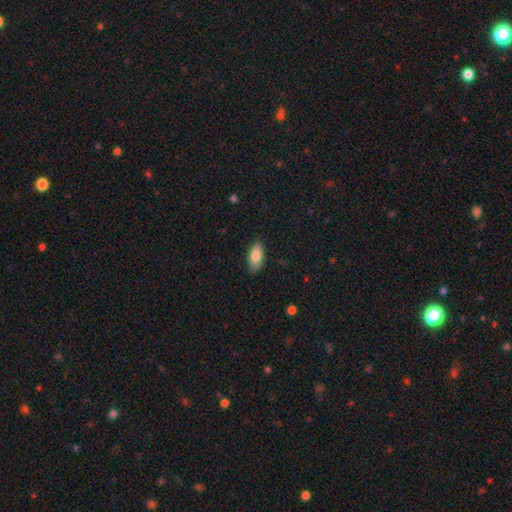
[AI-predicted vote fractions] smooth_or_featured: smooth (p=0.81) [alt: featured or disk p=0.12]
how_rounded: in between (p=0.89) [alt: cigar-shaped p=0.09]
merging: none (p=0.84) [alt: minor disturbance p=0.13]